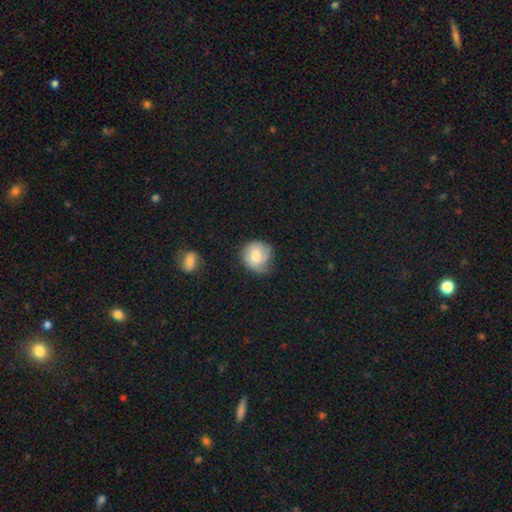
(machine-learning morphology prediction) smooth-or-featured: smooth: 66% | featured or disk: 27% | star or artifact: 7%
  how-rounded: round: 85% | in between: 14% | cigar-shaped: 1%
  merging: none: 49% | minor disturbance: 36% | major disturbance: 13% | merger: 2%